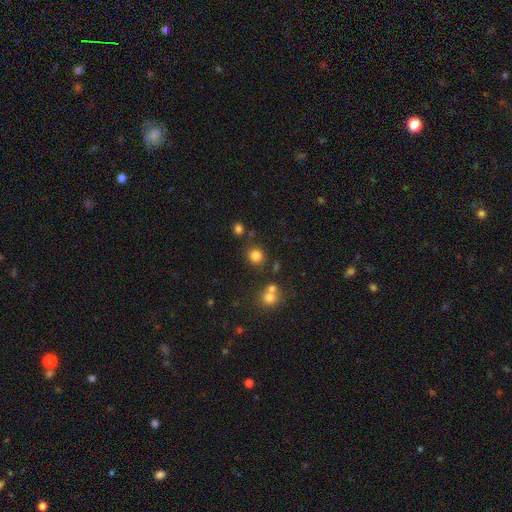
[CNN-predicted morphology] A smooth galaxy with no disk features (81%) that is round (86%). Merging: none (79%).